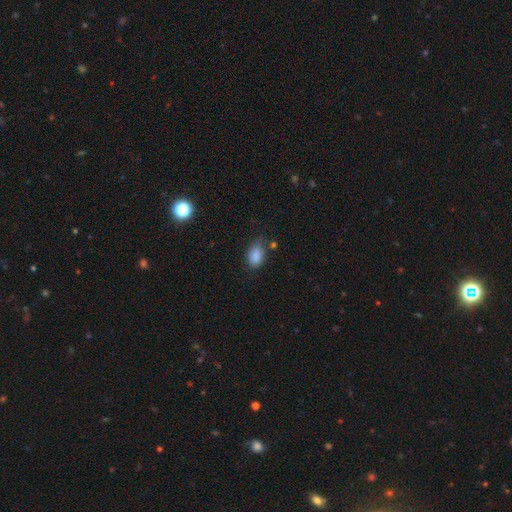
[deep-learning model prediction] Q: Smooth or featured?
A: smooth (87%); runner-up: star or artifact (9%)
Q: How rounded?
A: in between (88%); runner-up: round (10%)
Q: Merging?
A: none (61%); runner-up: minor disturbance (28%)